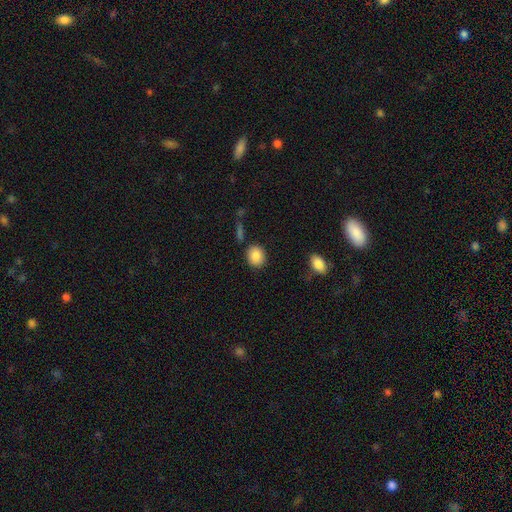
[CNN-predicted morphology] Smooth or featured: smooth — 88% (star or artifact — 7%)
How rounded: round — 62% (in between — 37%)
Merging: none — 84% (minor disturbance — 9%)